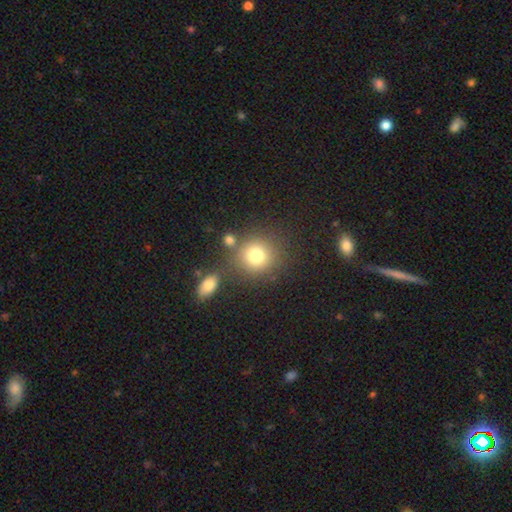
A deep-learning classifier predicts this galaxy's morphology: Overall: smooth (78%). How rounded: round (87%). Merging: none (74%).